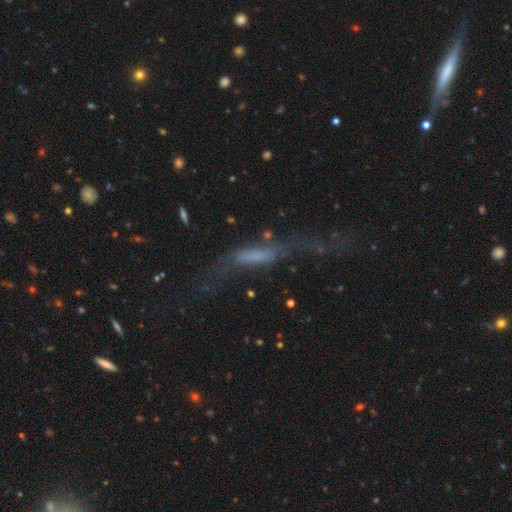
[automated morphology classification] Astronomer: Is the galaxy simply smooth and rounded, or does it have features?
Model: featured or disk — 47% (runner-up: smooth, 38%).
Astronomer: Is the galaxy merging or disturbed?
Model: major disturbance — 40% (runner-up: none, 32%).